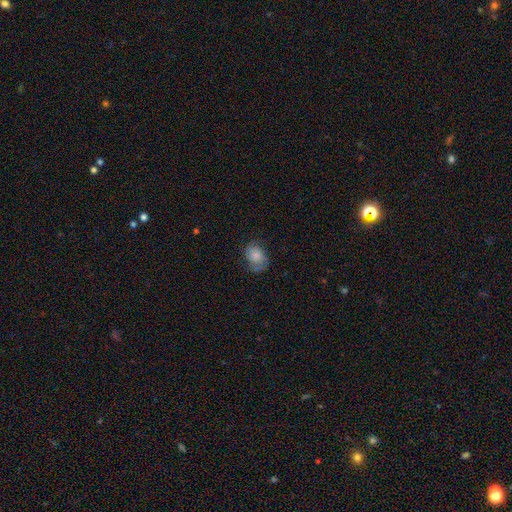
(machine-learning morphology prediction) The model was most divided on "merging": none: 60%, minor disturbance: 27%, major disturbance: 12%, merger: 1%. More confident: how rounded — in between (69%); smooth or featured — smooth (65%).